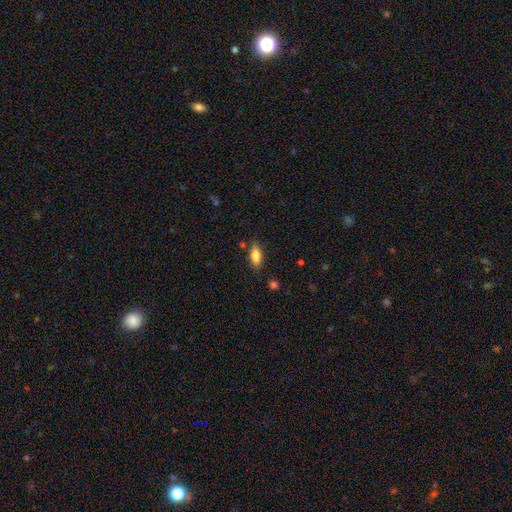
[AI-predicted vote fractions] Q: Smooth or featured?
A: smooth (84%); runner-up: featured or disk (9%)
Q: How rounded?
A: in between (83%); runner-up: cigar-shaped (15%)
Q: Merging?
A: none (81%); runner-up: minor disturbance (13%)